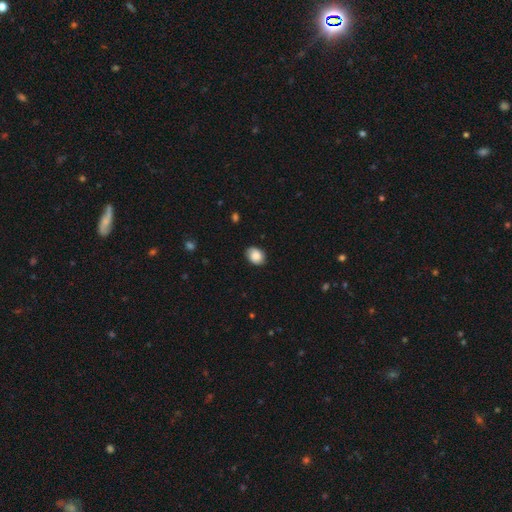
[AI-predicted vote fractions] smooth 84%, featured or disk 9%, star or artifact 8%. Down the decision tree: how rounded — in between (61%); merging — none (81%).